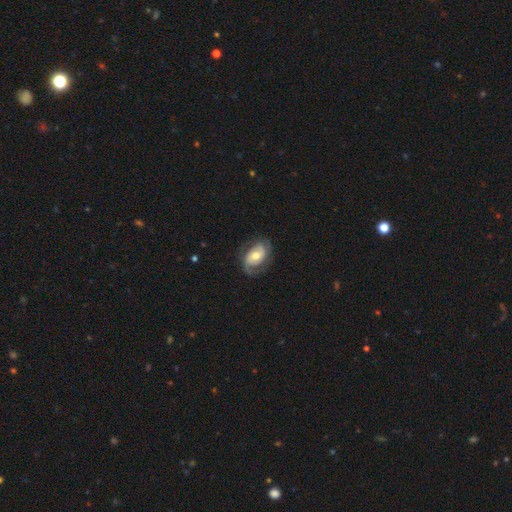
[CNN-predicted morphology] Smooth or featured: featured or disk — 77% (smooth — 18%)
Edge-on disk: no — 96% (yes — 4%)
Bar: no — 58% (weak — 31%)
Spiral arms: yes — 91% (no — 9%)
Spiral winding: medium — 43% (tight — 36%)
Spiral arm count: 2 — 79% (can't tell — 10%)
Bulge size: moderate — 66% (small — 23%)
Merging: none — 72% (minor disturbance — 18%)